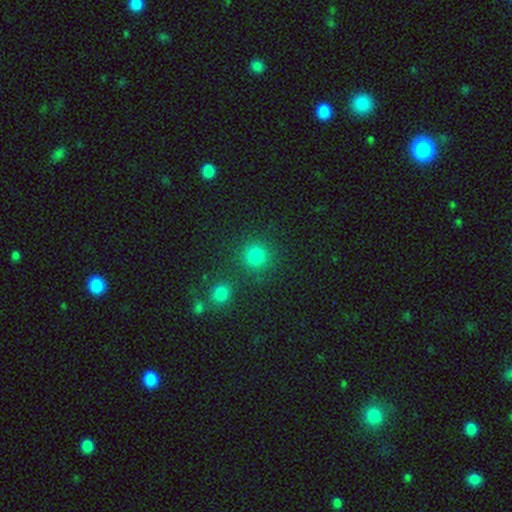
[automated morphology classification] Smooth or featured? Predicted: smooth (p=0.79). How rounded? Predicted: round (p=0.92). Merging? Predicted: none (p=0.79).